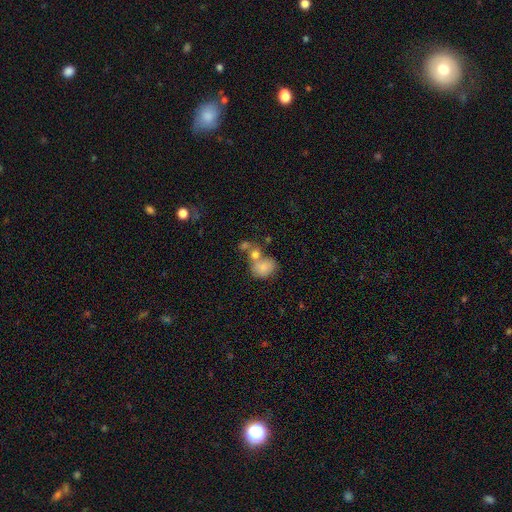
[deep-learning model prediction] smooth 69%, star or artifact 16%, featured or disk 15%. Down the decision tree: how rounded — round (53%); merging — none (41%).